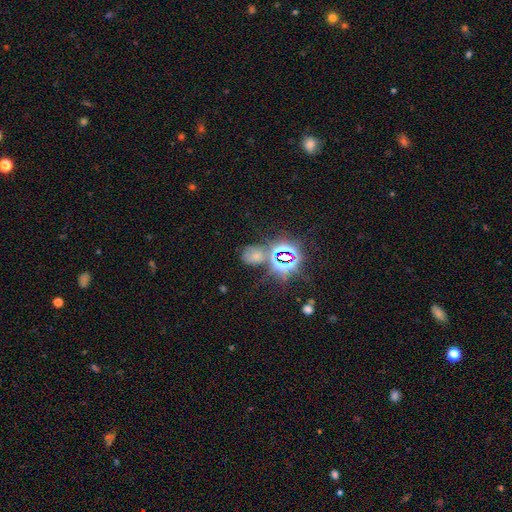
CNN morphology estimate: Smooth or featured?
  - star or artifact: 47% *
  - smooth: 39%
  - featured or disk: 13%